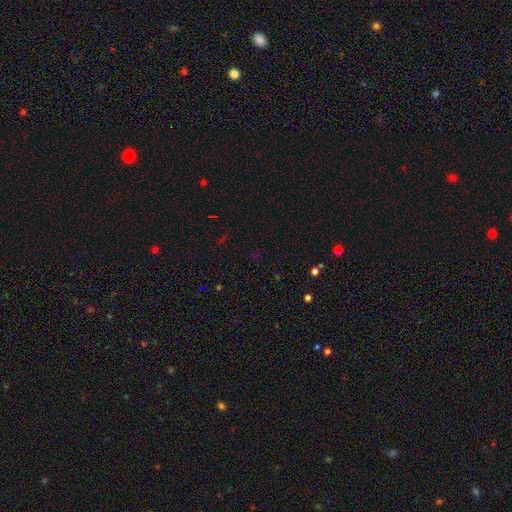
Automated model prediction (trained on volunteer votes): Overall: star or artifact (66%).